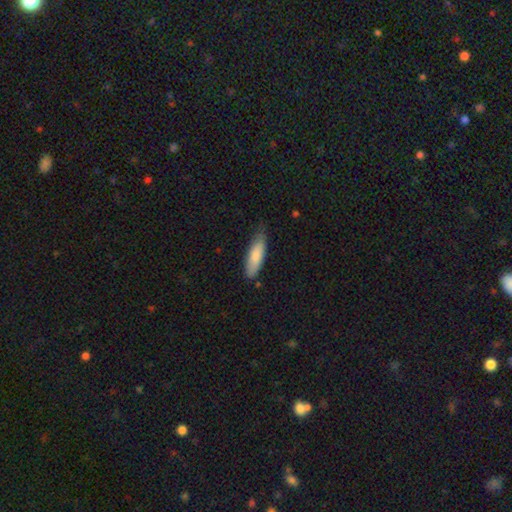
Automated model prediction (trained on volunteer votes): Smooth or featured? Predicted: smooth (p=0.82). How rounded? Predicted: in between (p=0.50). Merging? Predicted: none (p=0.69).